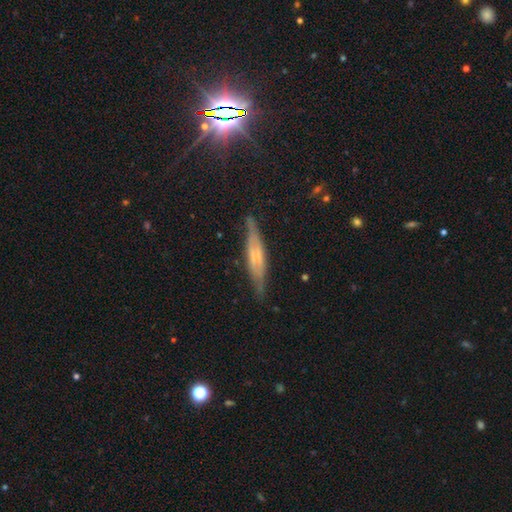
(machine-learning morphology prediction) Overall: featured or disk (61%; smooth 30%). Edge-on disk: yes (89%). Edge-on bulge: boxy (36%; rounded 33%). Merging: none (78%).